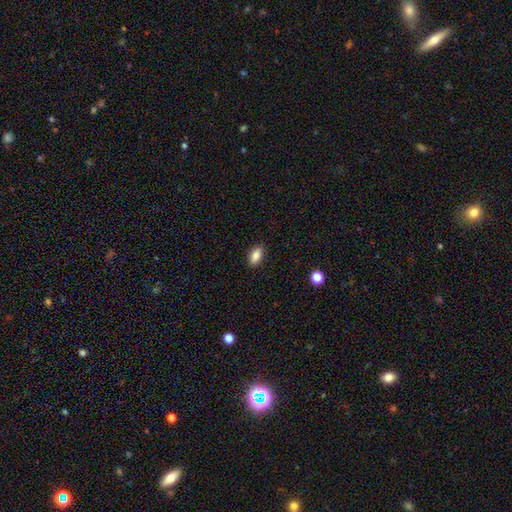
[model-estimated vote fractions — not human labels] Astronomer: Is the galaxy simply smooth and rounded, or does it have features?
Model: smooth — 87%.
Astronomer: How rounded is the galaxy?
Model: in between — 91%.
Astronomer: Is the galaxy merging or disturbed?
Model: none — 89%.